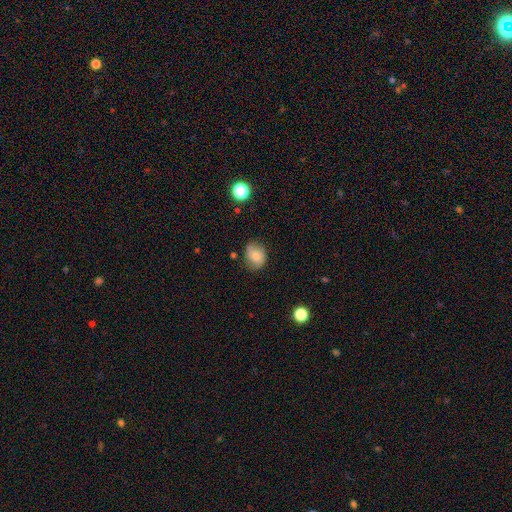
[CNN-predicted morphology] smooth 70%, featured or disk 21%, star or artifact 10%. Down the decision tree: how rounded — in between (52%); merging — none (63%).